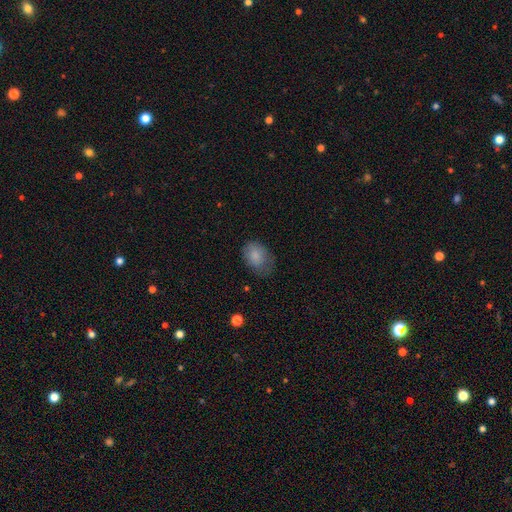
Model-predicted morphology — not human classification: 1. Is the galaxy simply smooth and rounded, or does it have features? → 84% smooth, 8% featured or disk, 8% star or artifact.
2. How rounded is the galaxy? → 78% in between, 21% round, 1% cigar-shaped.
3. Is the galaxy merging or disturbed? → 57% none, 31% minor disturbance, 11% major disturbance, 1% merger.